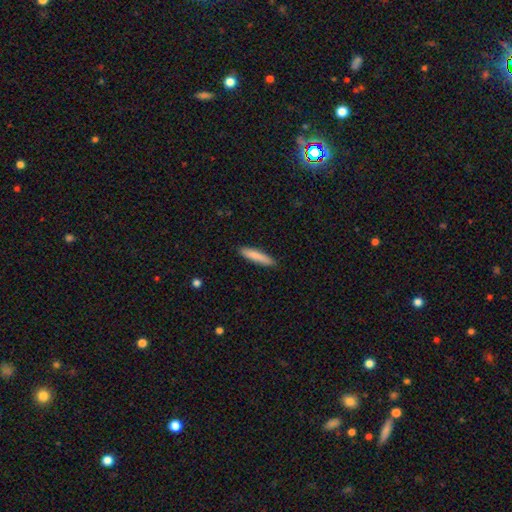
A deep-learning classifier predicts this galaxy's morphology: The model was most divided on "smooth or featured": smooth: 83%, featured or disk: 11%, star or artifact: 6%. More confident: merging — none (87%); how rounded — cigar-shaped (87%).